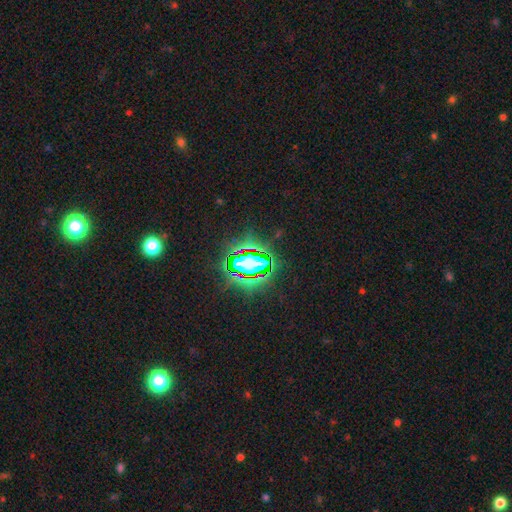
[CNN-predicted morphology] smooth-or-featured: star or artifact: 74% | smooth: 16% | featured or disk: 10%